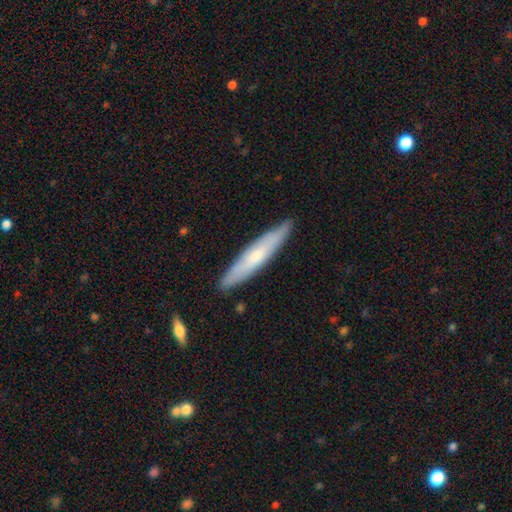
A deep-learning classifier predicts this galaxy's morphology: type=smooth (52%); roundness=cigar-shaped (89%); merging=none (86%).